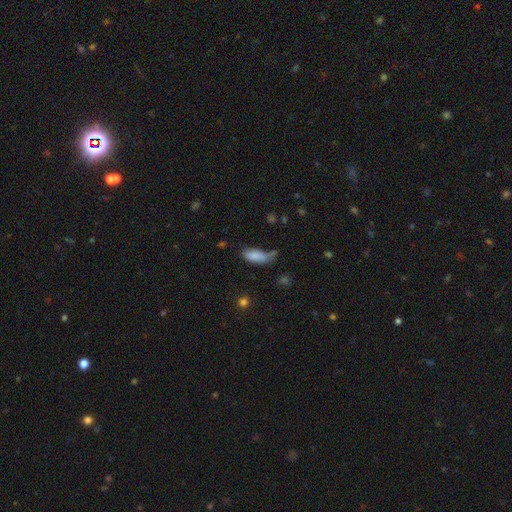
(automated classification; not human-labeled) smooth-or-featured: smooth: 84% | star or artifact: 8% | featured or disk: 8%
  how-rounded: in between: 81% | cigar-shaped: 17% | round: 2%
  merging: none: 42% | minor disturbance: 32% | major disturbance: 15% | merger: 10%